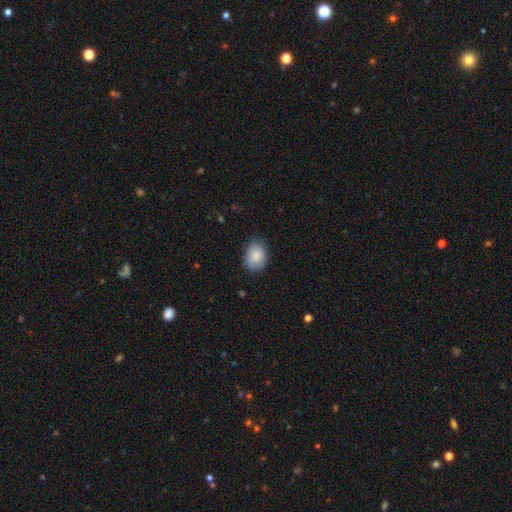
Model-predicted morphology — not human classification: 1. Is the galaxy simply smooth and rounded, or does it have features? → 87% smooth, 7% star or artifact, 7% featured or disk.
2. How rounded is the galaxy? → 69% in between, 30% round, 1% cigar-shaped.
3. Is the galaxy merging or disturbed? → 79% none, 17% minor disturbance, 3% major disturbance, 1% merger.